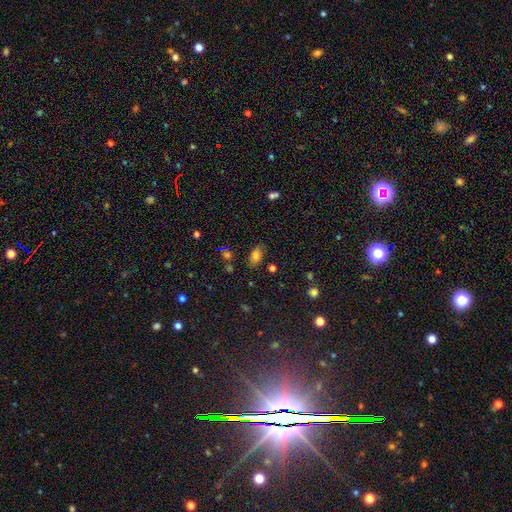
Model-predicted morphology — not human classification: Smooth or featured?
  - smooth: 75% *
  - star or artifact: 16%
  - featured or disk: 9%
How rounded?
  - in between: 88% *
  - round: 8%
  - cigar-shaped: 3%
Merging?
  - none: 78% *
  - minor disturbance: 15%
  - major disturbance: 4%
  - merger: 3%